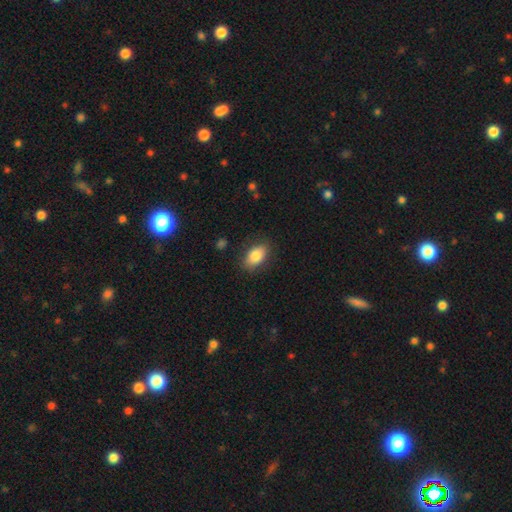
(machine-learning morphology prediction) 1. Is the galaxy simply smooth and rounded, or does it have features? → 84% smooth, 9% featured or disk, 7% star or artifact.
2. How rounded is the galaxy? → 89% in between, 9% round, 2% cigar-shaped.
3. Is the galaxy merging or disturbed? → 84% none, 11% minor disturbance, 3% major disturbance, 1% merger.